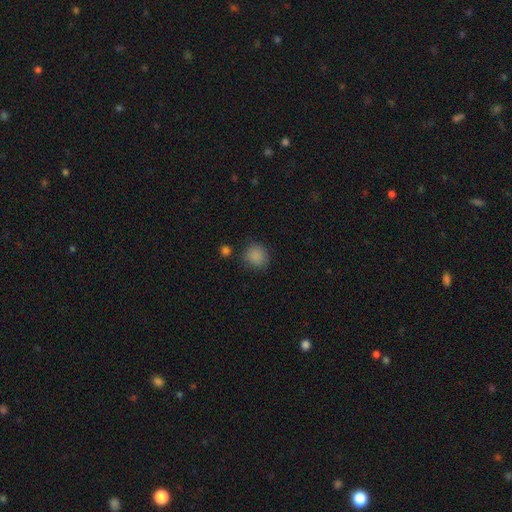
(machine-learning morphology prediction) Overall: smooth (86%). How rounded: round (85%). Merging: none (81%).